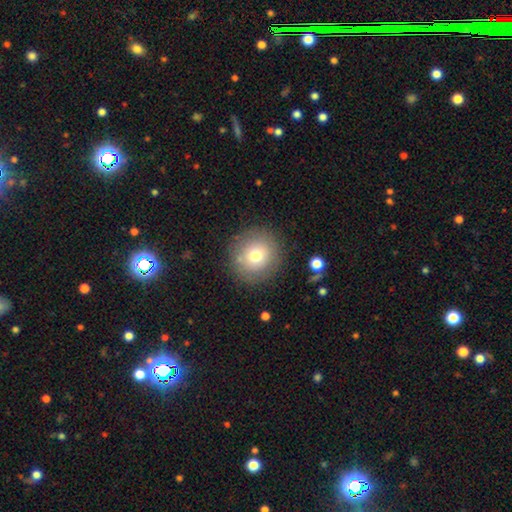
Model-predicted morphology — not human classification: Smooth or featured: smooth — 73% (featured or disk — 16%)
How rounded: round — 93% (in between — 6%)
Merging: none — 85% (minor disturbance — 9%)